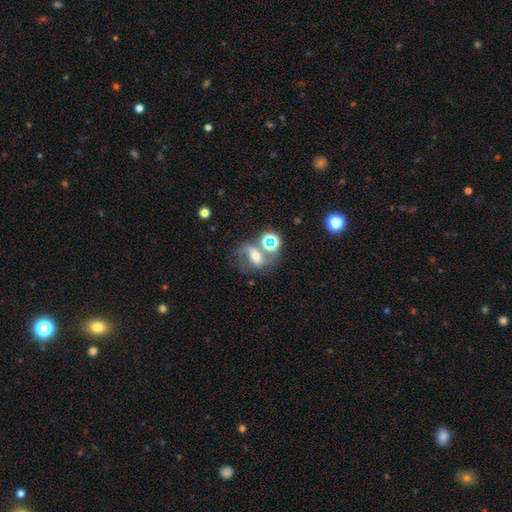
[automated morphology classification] Q: Smooth or featured?
A: featured or disk (56%); runner-up: smooth (26%)
Q: Edge-on disk?
A: no (96%); runner-up: yes (4%)
Q: Bar?
A: no (37%); runner-up: weak (34%)
Q: Spiral arms?
A: yes (79%); runner-up: no (21%)
Q: Bulge size?
A: moderate (54%); runner-up: small (25%)
Q: Merging?
A: none (35%); runner-up: merger (27%)